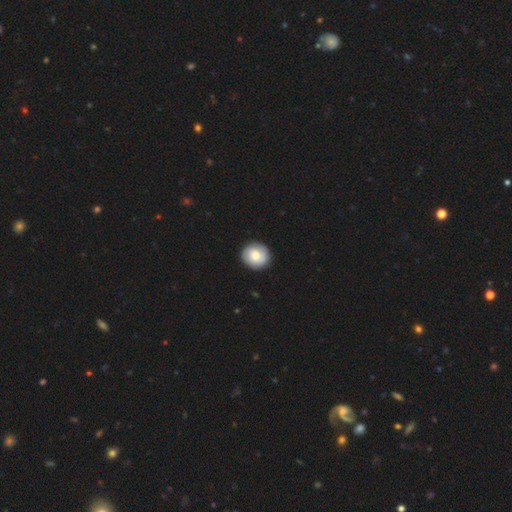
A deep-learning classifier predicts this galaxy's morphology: smooth_or_featured: smooth (p=0.77) [alt: featured or disk p=0.17]
how_rounded: round (p=0.85) [alt: in between p=0.14]
merging: none (p=0.90) [alt: minor disturbance p=0.07]